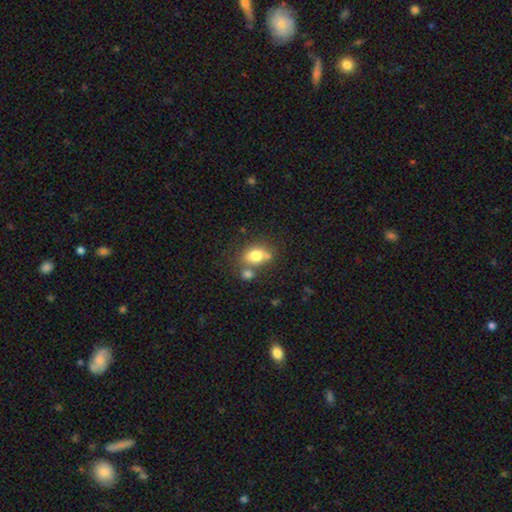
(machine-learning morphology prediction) A smooth galaxy with no disk features (75%) that is in between round and cigar-shaped (70%). Merging: none (52%).